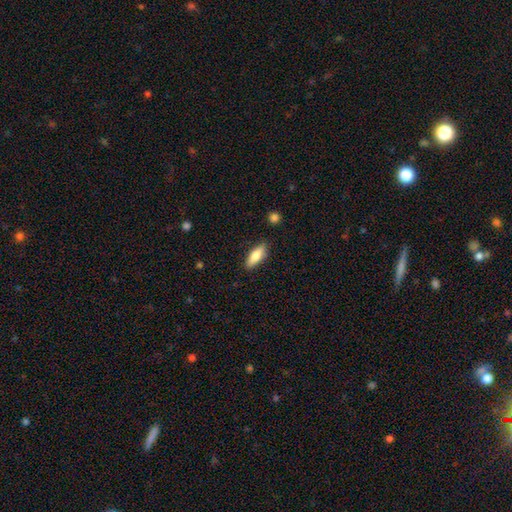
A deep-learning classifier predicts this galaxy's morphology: A smooth galaxy with no disk features (75%) that is in between round and cigar-shaped (60%). Merging: none (85%).